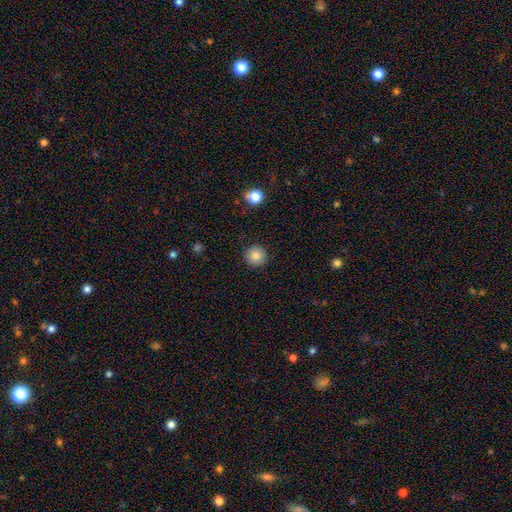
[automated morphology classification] Smooth or featured: smooth — 85% (star or artifact — 10%)
How rounded: round — 95% (in between — 4%)
Merging: none — 91% (minor disturbance — 6%)